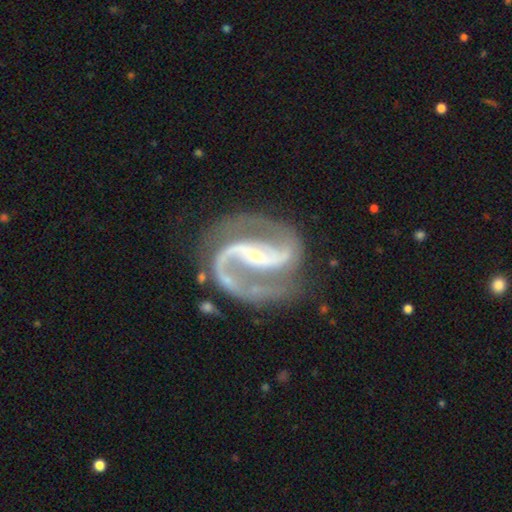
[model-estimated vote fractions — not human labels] Smooth or featured? featured or disk (93%)
Edge-on disk? no (98%)
Bar? strong (49%)
Spiral arms? yes (99%)
Spiral winding? medium (64%)
Spiral arm count? 2 (94%)
Bulge size? small (74%)
Merging? none (74%)